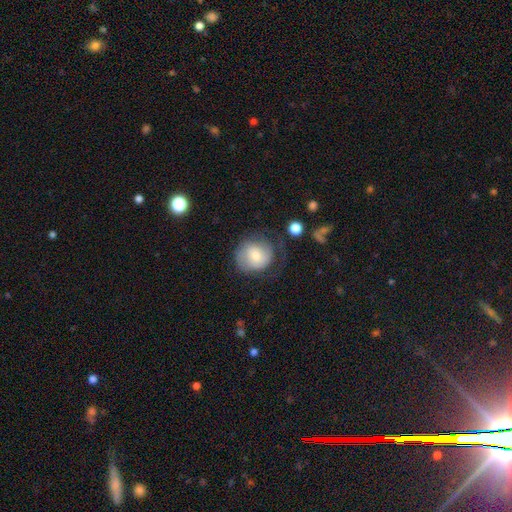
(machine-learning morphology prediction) This appears to be a smooth galaxy with no disk features (58%) that is round (83%). Merging: none (54%).